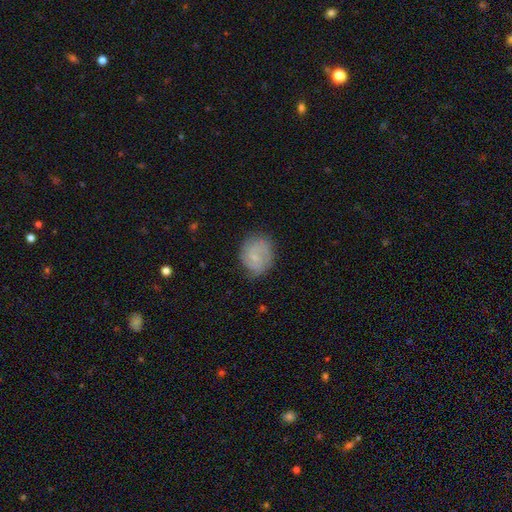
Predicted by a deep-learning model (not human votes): smooth-or-featured: featured or disk: 56% | smooth: 37% | star or artifact: 8%
  disk-edge-on: no: 98% | yes: 2%
    bar: no: 55% | weak: 39% | strong: 5%
    has-spiral-arms: yes: 88% | no: 12%
    bulge-size: small: 69% | moderate: 18% | none: 11% | large: 1% | dominant: 1%
  merging: none: 73% | minor disturbance: 20% | major disturbance: 6% | merger: 1%